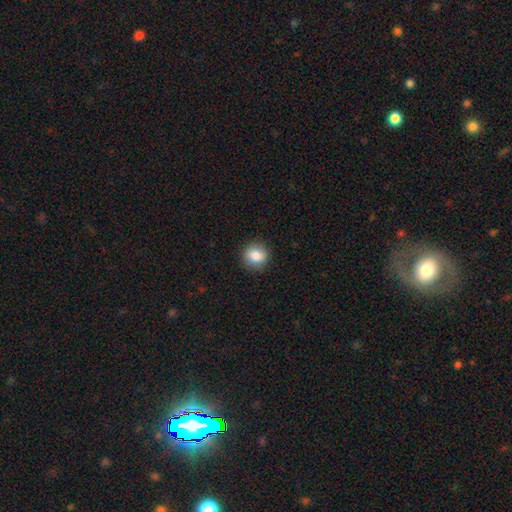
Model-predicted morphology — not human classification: Overall: smooth (85%). How rounded: round (87%). Merging: none (91%).